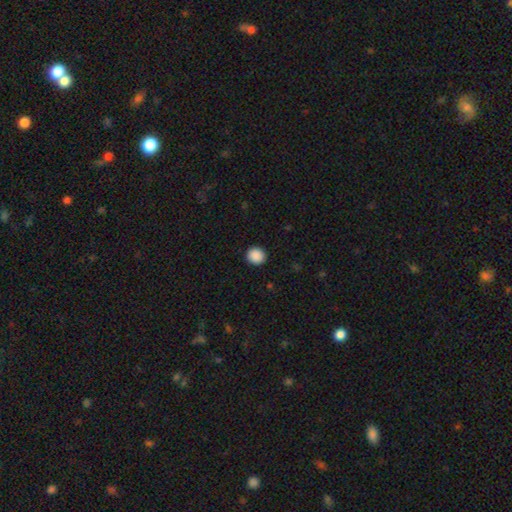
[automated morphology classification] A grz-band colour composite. It shows a smooth galaxy with no disk features (90%) that is round (87%). Merging: none (92%).